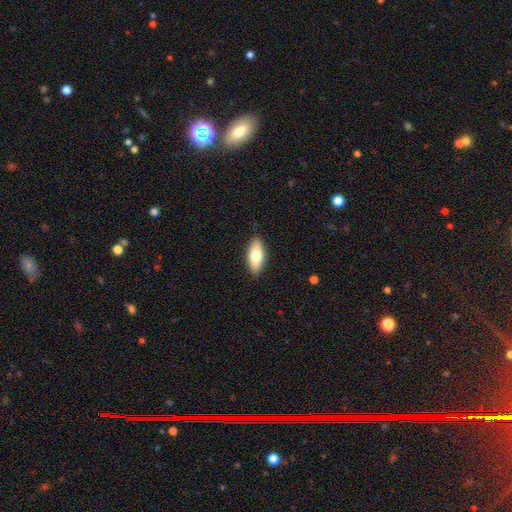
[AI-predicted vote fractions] This is likely a smooth galaxy (76%). How rounded: clearly in between (83%). Merging: clearly none (88%).